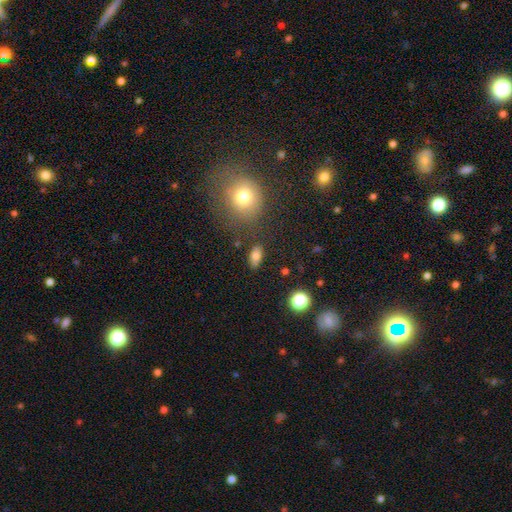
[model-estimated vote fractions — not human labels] smooth-or-featured: smooth: 79% | star or artifact: 11% | featured or disk: 10%
  how-rounded: in between: 86% | round: 8% | cigar-shaped: 6%
  merging: none: 82% | minor disturbance: 11% | merger: 4% | major disturbance: 3%